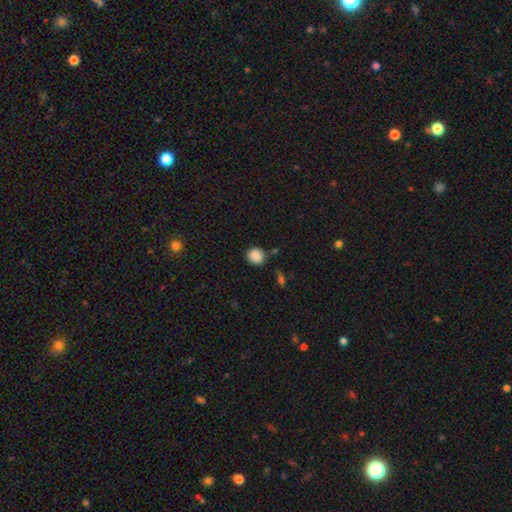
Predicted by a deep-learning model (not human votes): A smooth galaxy with no disk features (87%) that is round (86%). Merging: none (81%).